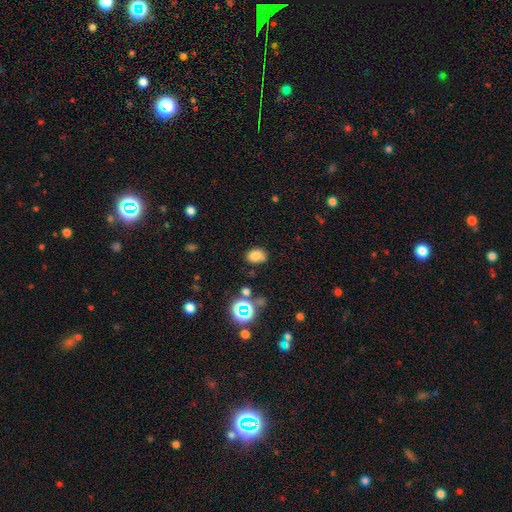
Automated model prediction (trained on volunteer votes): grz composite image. It shows a smooth galaxy with no disk features (77%) that is in between round and cigar-shaped (69%). Merging: none (70%).